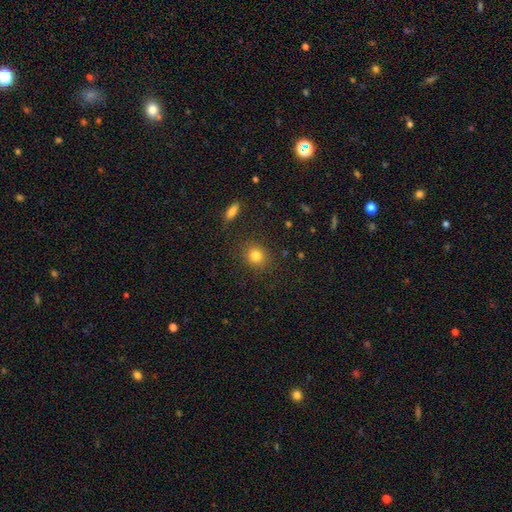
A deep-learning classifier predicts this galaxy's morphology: Smooth or featured? Predicted: smooth (p=0.83). How rounded? Predicted: round (p=0.75). Merging? Predicted: none (p=0.86).